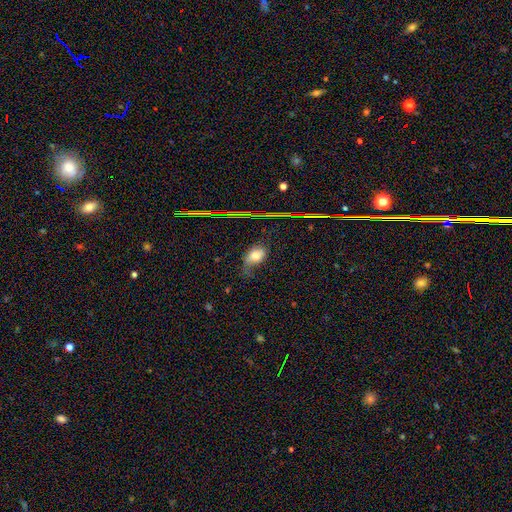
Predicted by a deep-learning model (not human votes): Morphology: type=smooth (63%); roundness=in between (75%); merging=none (42%).